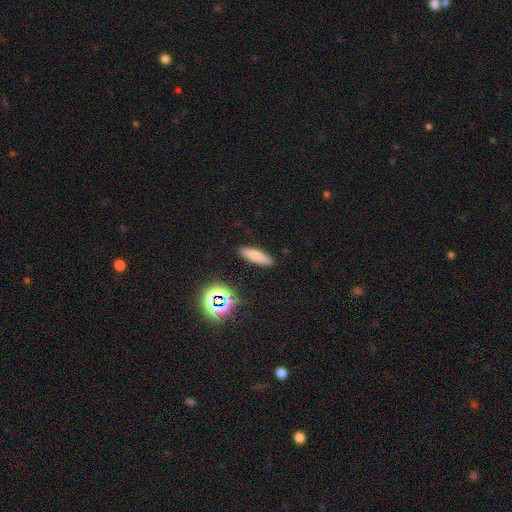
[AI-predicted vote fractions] This is likely a smooth galaxy (75%). How rounded: likely cigar-shaped (69%). Merging: clearly none (88%).